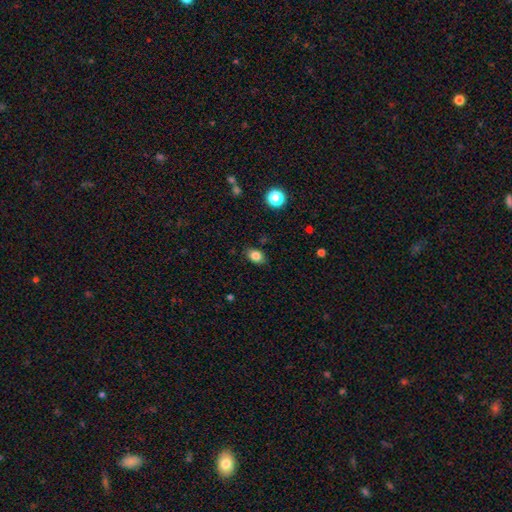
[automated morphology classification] Overall: smooth (83%). How rounded: in between (70%). Merging: none (84%).